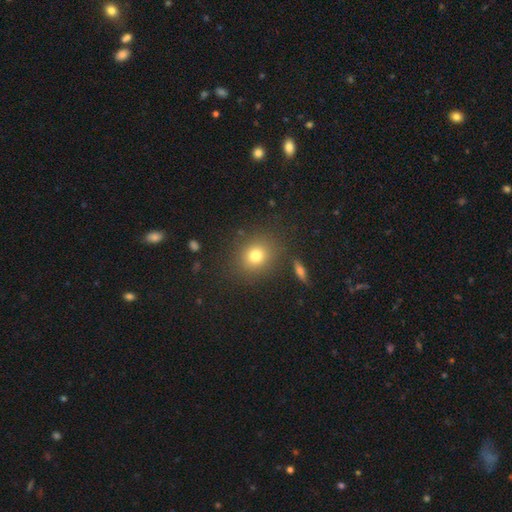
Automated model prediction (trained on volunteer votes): Morphology: type=smooth (77%); roundness=round (70%); merging=none (83%).